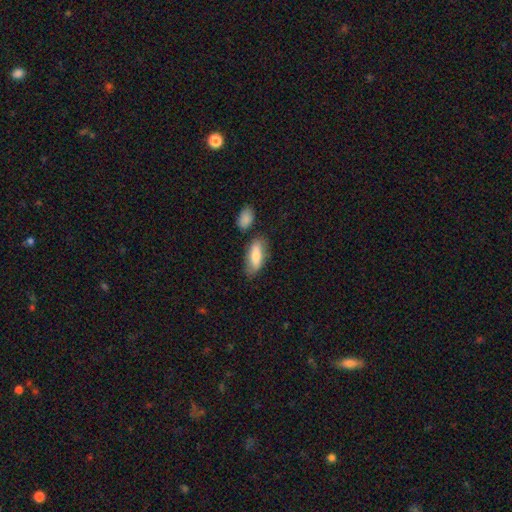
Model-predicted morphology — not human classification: Smooth or featured?
  - smooth: 73% *
  - featured or disk: 21%
  - star or artifact: 6%
How rounded?
  - in between: 78% *
  - cigar-shaped: 19%
  - round: 3%
Merging?
  - none: 72% *
  - minor disturbance: 17%
  - merger: 7%
  - major disturbance: 4%